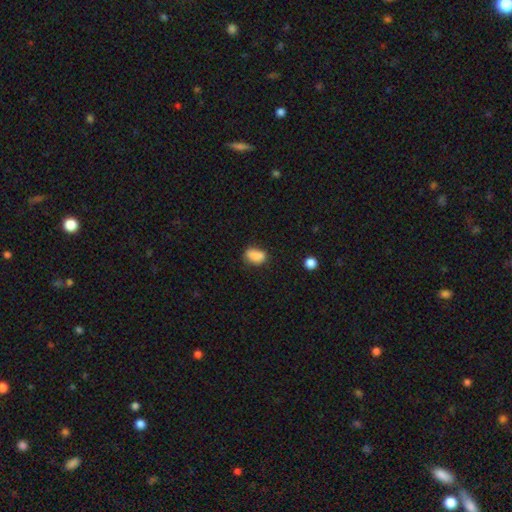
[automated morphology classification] A smooth galaxy with no disk features (84%) that is in between round and cigar-shaped (85%). Merging: none (62%).